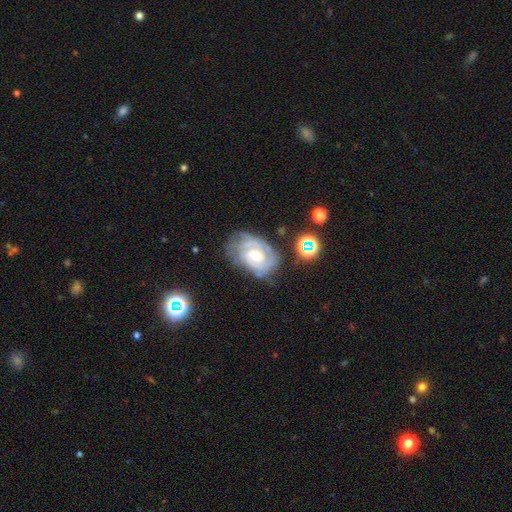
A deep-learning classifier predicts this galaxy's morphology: smooth-or-featured: featured or disk: 85% | smooth: 9% | star or artifact: 6%
  disk-edge-on: no: 97% | yes: 3%
    bar: weak: 51% | no: 36% | strong: 13%
    has-spiral-arms: yes: 95% | no: 5%
      spiral-winding: tight: 62% | medium: 32% | loose: 6%
      spiral-arm-count: 2: 49% | can't tell: 23% | 3: 17% | 1: 5% | 4: 3% | more than 4: 3%
    bulge-size: moderate: 61% | small: 27% | large: 8% | none: 3% | dominant: 1%
  merging: none: 60% | minor disturbance: 25% | major disturbance: 12% | merger: 3%